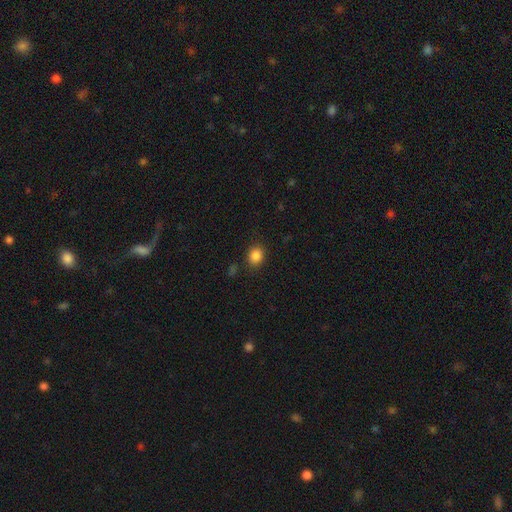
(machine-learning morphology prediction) smooth_or_featured: smooth (p=0.85) [alt: star or artifact p=0.11]
how_rounded: round (p=0.68) [alt: in between p=0.31]
merging: none (p=0.85) [alt: minor disturbance p=0.10]